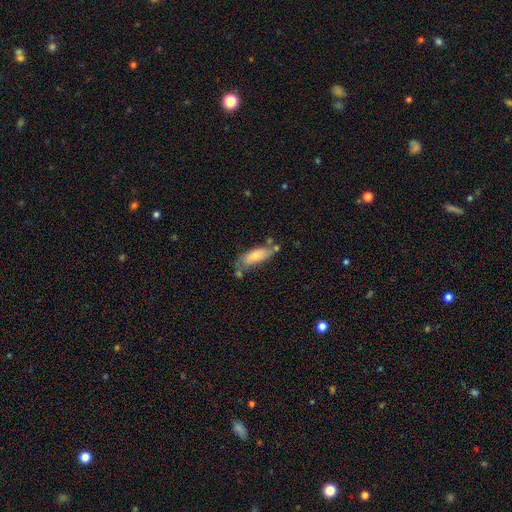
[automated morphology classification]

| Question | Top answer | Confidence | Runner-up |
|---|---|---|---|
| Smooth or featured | smooth | 70% | featured or disk (23%) |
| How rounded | in between | 66% | cigar-shaped (32%) |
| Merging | none | 50% | minor disturbance (25%) |